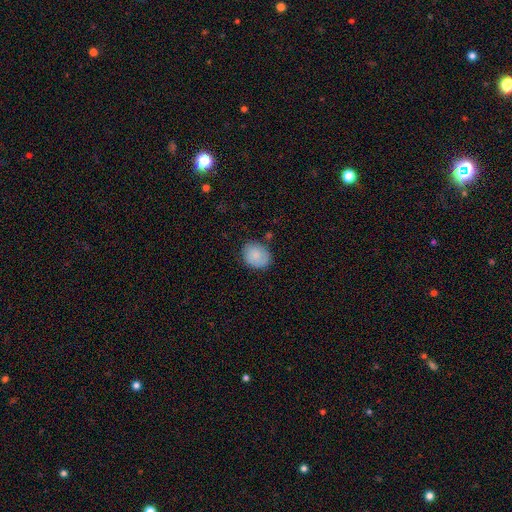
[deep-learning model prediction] Smooth or featured?
  - smooth: 80% *
  - featured or disk: 13%
  - star or artifact: 7%
How rounded?
  - round: 56% *
  - in between: 43%
  - cigar-shaped: 1%
Merging?
  - none: 78% *
  - minor disturbance: 16%
  - major disturbance: 3%
  - merger: 2%